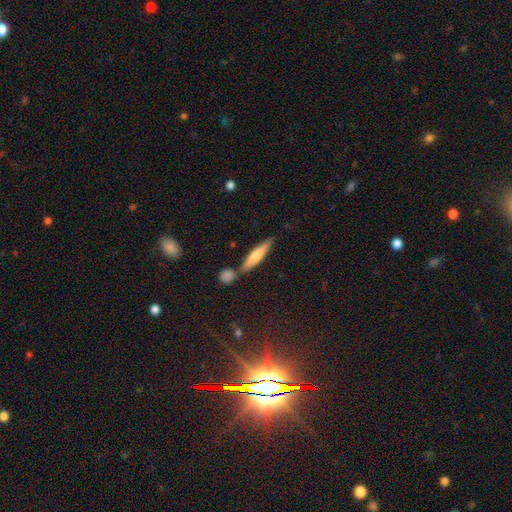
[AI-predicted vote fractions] The model was most divided on "smooth or featured": smooth: 57%, featured or disk: 36%, star or artifact: 7%. More confident: how rounded — cigar-shaped (86%); merging — none (75%).